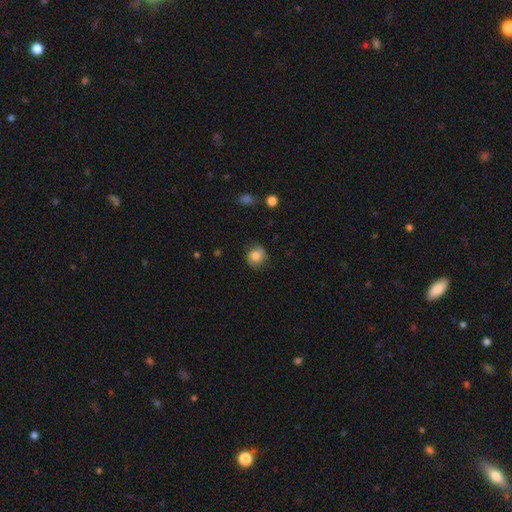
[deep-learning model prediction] A smooth galaxy with no disk features (83%) that is round (85%). Merging: none (79%).